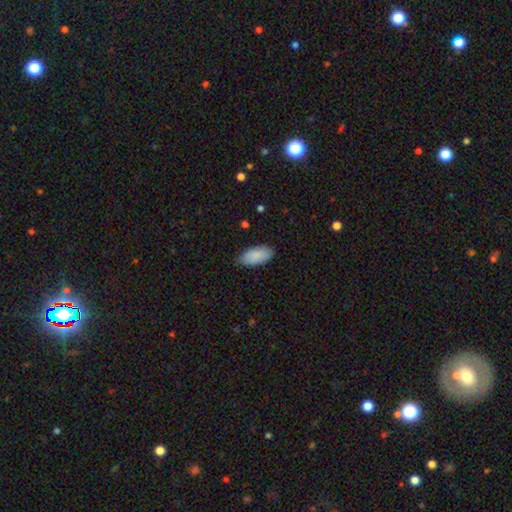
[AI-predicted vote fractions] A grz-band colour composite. It shows a smooth galaxy with no disk features (87%) that is in between round and cigar-shaped (94%). Merging: none (79%).